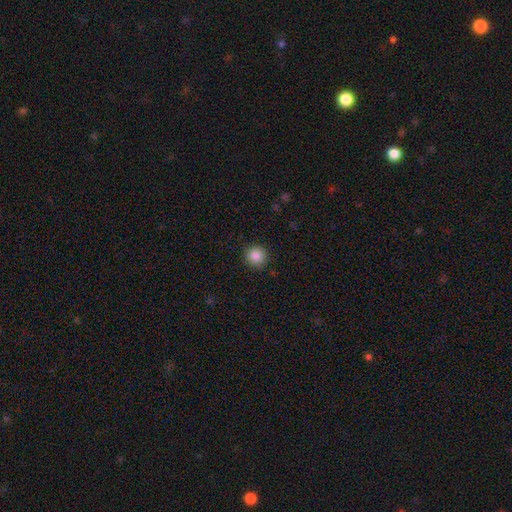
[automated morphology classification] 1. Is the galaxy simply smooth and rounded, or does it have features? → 87% smooth, 10% star or artifact, 4% featured or disk.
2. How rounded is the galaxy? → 94% round, 5% in between, 1% cigar-shaped.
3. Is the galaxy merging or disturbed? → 91% none, 6% minor disturbance, 2% major disturbance, 1% merger.